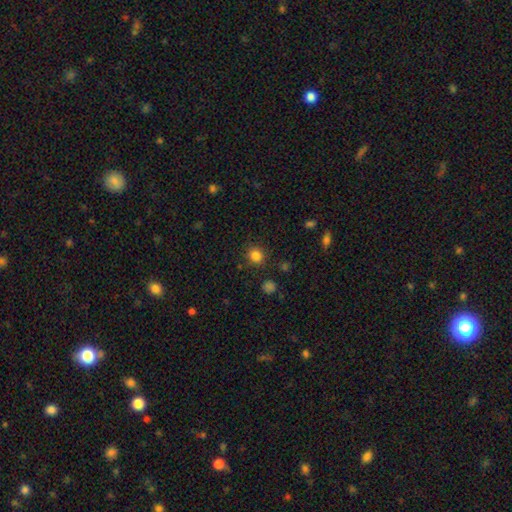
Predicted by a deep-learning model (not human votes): smooth_or_featured: smooth (p=0.83) [alt: star or artifact p=0.12]
how_rounded: round (p=0.85) [alt: in between p=0.14]
merging: none (p=0.87) [alt: minor disturbance p=0.08]